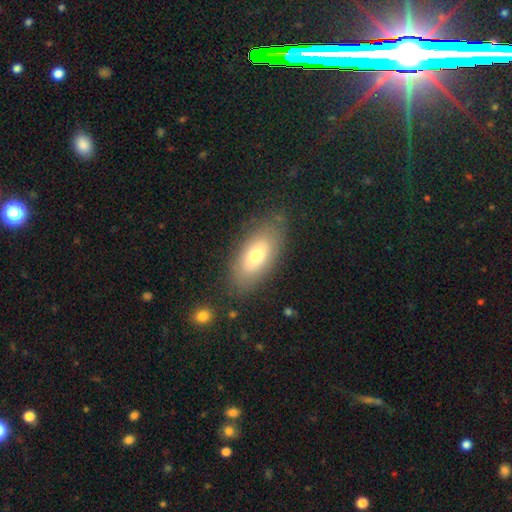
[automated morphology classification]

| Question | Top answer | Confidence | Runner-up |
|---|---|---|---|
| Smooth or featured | smooth | 68% | featured or disk (24%) |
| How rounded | in between | 88% | cigar-shaped (8%) |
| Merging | none | 81% | minor disturbance (13%) |